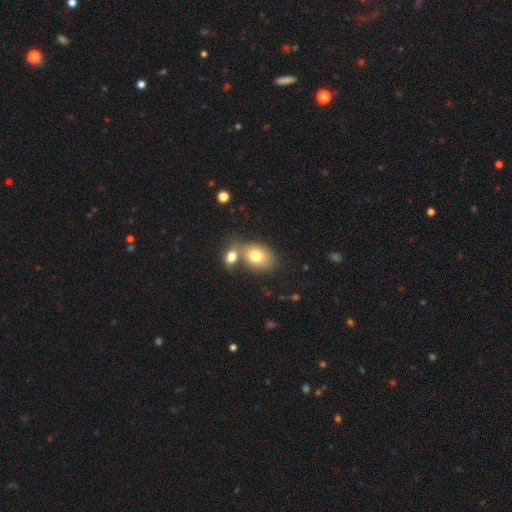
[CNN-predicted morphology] smooth 76%, featured or disk 15%, star or artifact 9%. Down the decision tree: how rounded — in between (66%); merging — merger (42%, tied with none).